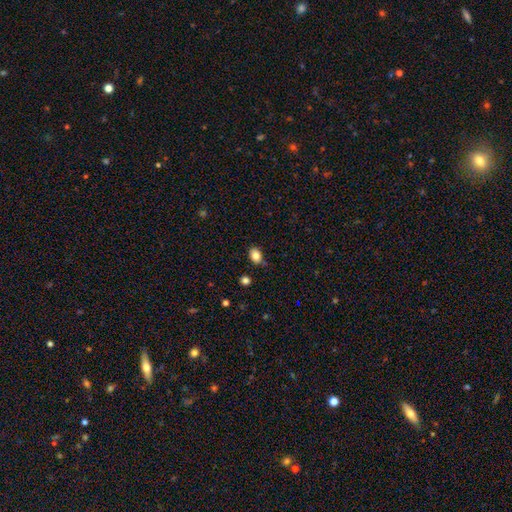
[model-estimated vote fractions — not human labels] Smooth or featured: smooth — 84% (star or artifact — 9%)
How rounded: in between — 76% (round — 23%)
Merging: none — 80% (minor disturbance — 14%)